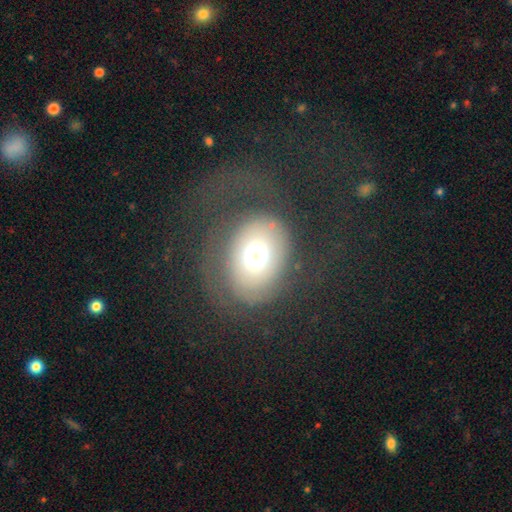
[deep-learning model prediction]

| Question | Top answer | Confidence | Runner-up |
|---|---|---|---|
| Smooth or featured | smooth | 59% | featured or disk (28%) |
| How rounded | round | 55% | in between (43%) |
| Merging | none | 53% | major disturbance (28%) |